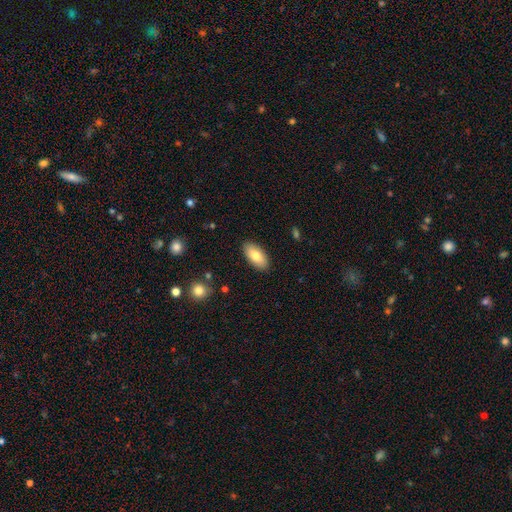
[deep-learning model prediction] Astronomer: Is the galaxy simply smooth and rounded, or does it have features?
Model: smooth — 79%.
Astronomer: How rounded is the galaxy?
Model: in between — 92%.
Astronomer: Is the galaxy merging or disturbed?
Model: none — 88%.